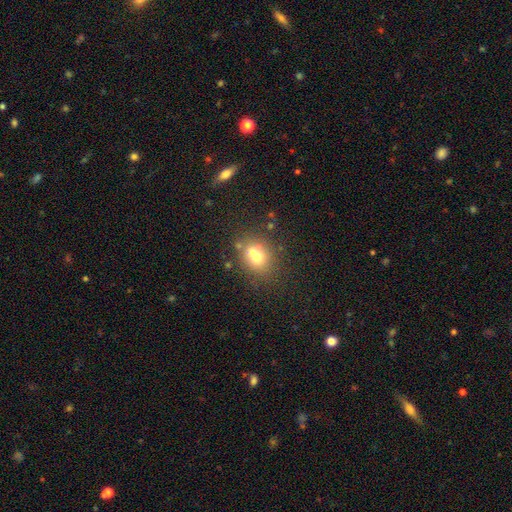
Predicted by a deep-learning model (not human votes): smooth-or-featured: smooth: 64% | featured or disk: 23% | star or artifact: 14%
  how-rounded: round: 57% | in between: 42% | cigar-shaped: 1%
  merging: none: 46% | merger: 35% | minor disturbance: 13% | major disturbance: 6%